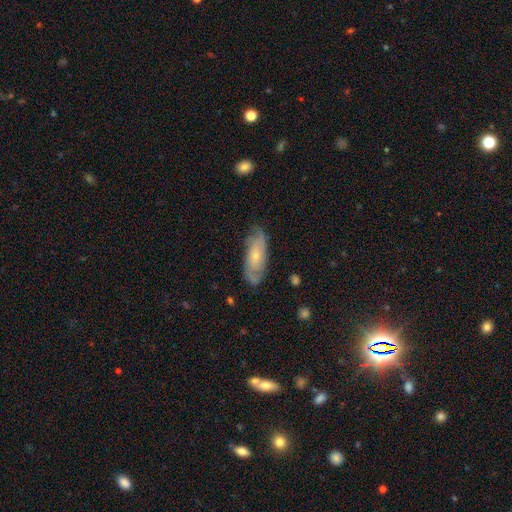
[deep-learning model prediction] A featured or disk galaxy (58%). Merging: none (71%).